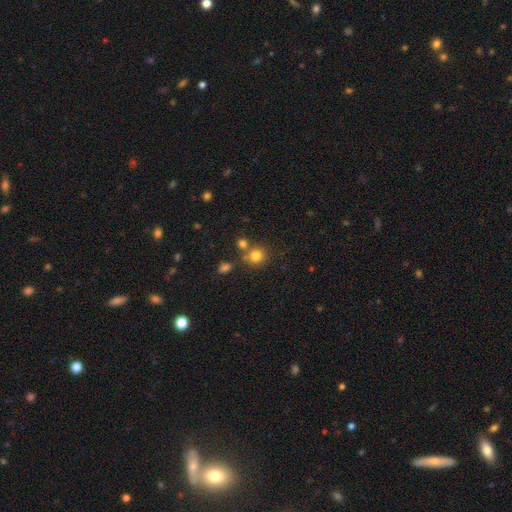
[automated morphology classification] A smooth galaxy with no disk features (80%) that is round (86%). Merging: none (65%).